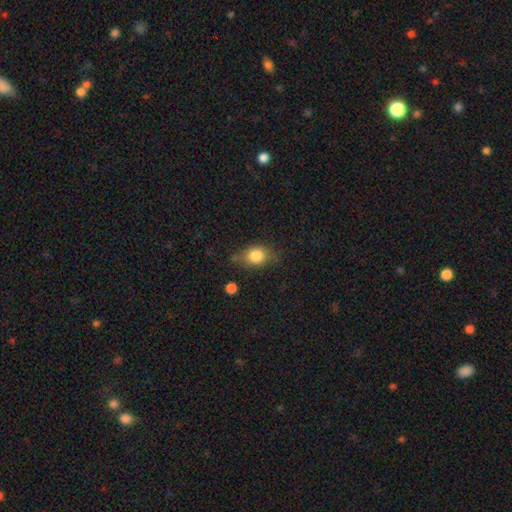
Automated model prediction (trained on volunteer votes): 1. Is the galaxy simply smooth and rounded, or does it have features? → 80% smooth, 10% featured or disk, 9% star or artifact.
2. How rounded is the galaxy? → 54% in between, 44% round, 2% cigar-shaped.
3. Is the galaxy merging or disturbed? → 64% none, 24% minor disturbance, 8% major disturbance, 4% merger.